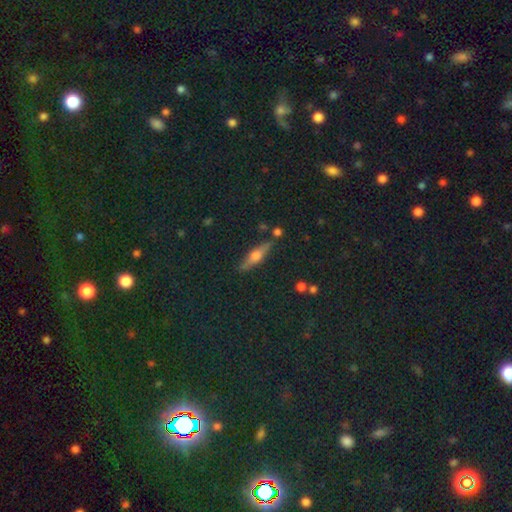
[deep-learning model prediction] The model was most divided on "smooth or featured": featured or disk: 55%, smooth: 33%, star or artifact: 12%. More confident: edge-on disk — yes (92%); edge-on bulge — rounded (91%); merging — none (85%).